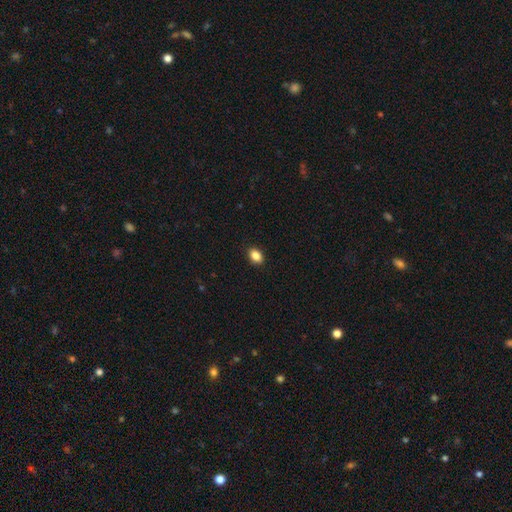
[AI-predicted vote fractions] Morphology: type=smooth (87%); roundness=in between (80%); merging=none (90%).